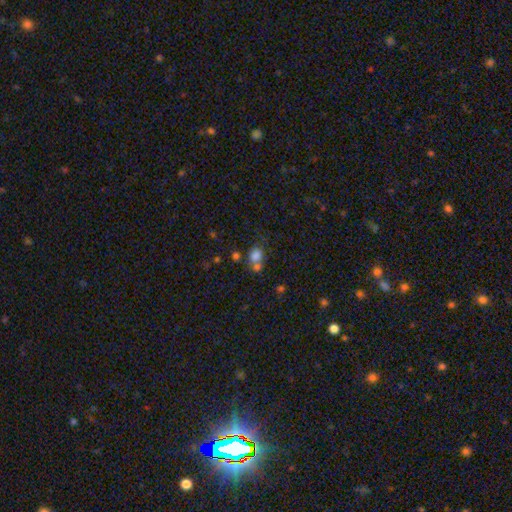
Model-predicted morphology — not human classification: type=smooth (78%); roundness=round (57%); merging=merger (42%).